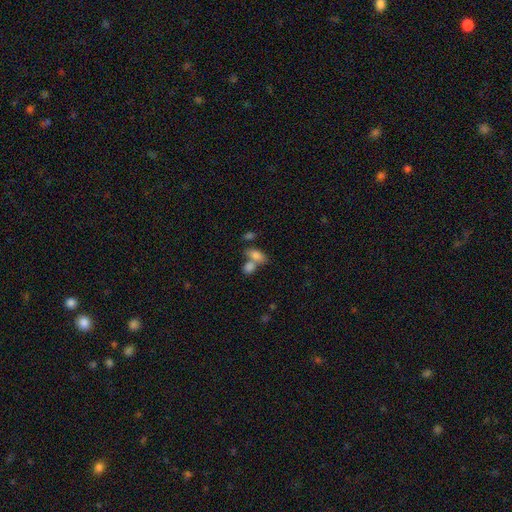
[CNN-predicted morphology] smooth-or-featured: smooth: 80% | featured or disk: 11% | star or artifact: 9%
  how-rounded: in between: 84% | round: 10% | cigar-shaped: 7%
  merging: merger: 45% | none: 39% | minor disturbance: 10% | major disturbance: 5%